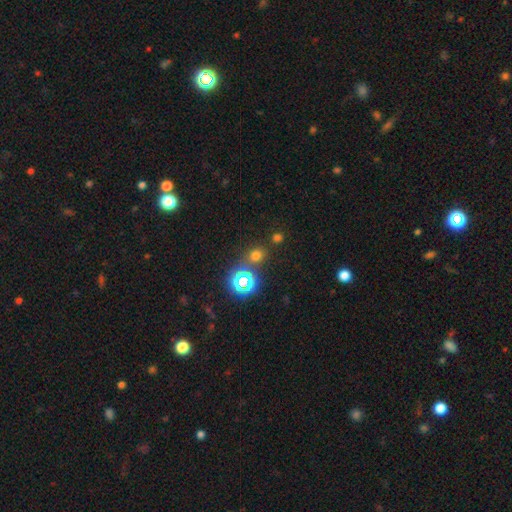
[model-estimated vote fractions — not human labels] Morphology: type=smooth (64%); roundness=round (77%); merging=none (77%).